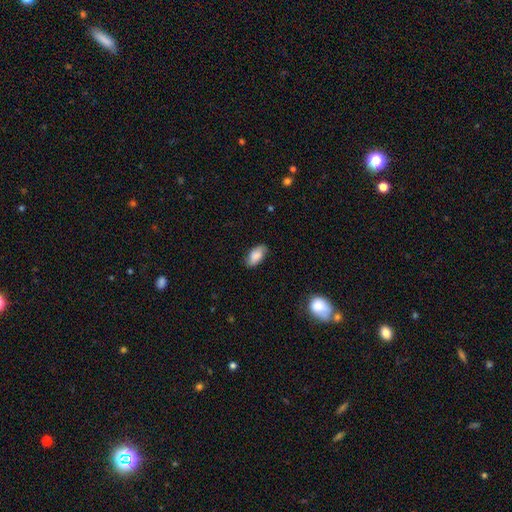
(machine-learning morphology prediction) smooth 80%, featured or disk 13%, star or artifact 7%. Down the decision tree: how rounded — in between (93%); merging — none (81%).